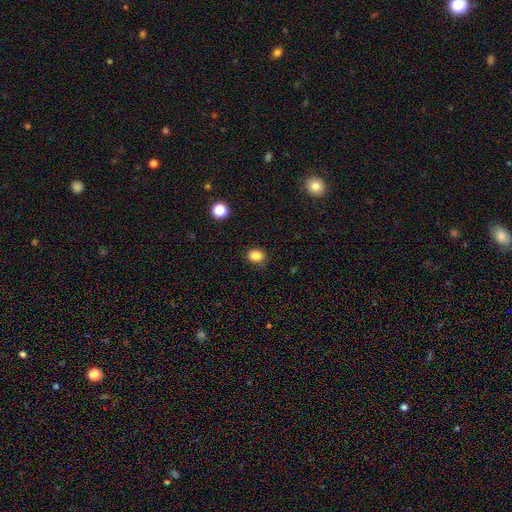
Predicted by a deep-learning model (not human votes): smooth 85%, star or artifact 11%, featured or disk 3%. Down the decision tree: how rounded — round (53%); merging — none (85%).